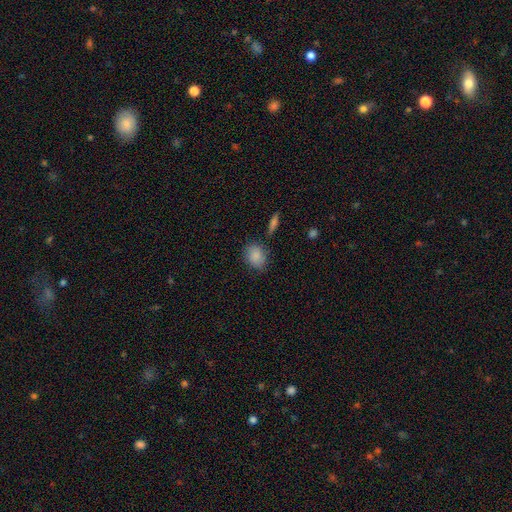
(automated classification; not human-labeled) Smooth or featured? Predicted: smooth (p=0.87). How rounded? Predicted: in between (p=0.59). Merging? Predicted: none (p=0.75).